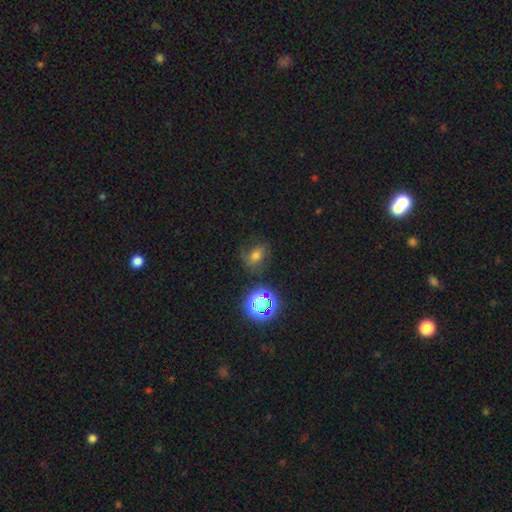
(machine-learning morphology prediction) This appears to be a smooth galaxy with no disk features (47%). Merging: none (57%).